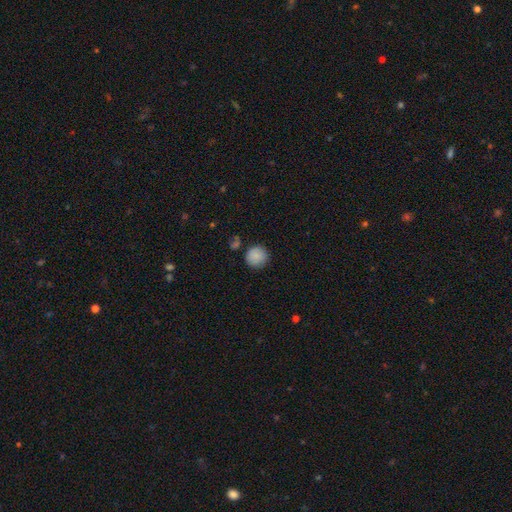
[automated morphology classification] Smooth or featured? Predicted: smooth (p=0.87). How rounded? Predicted: round (p=0.93). Merging? Predicted: none (p=0.84).